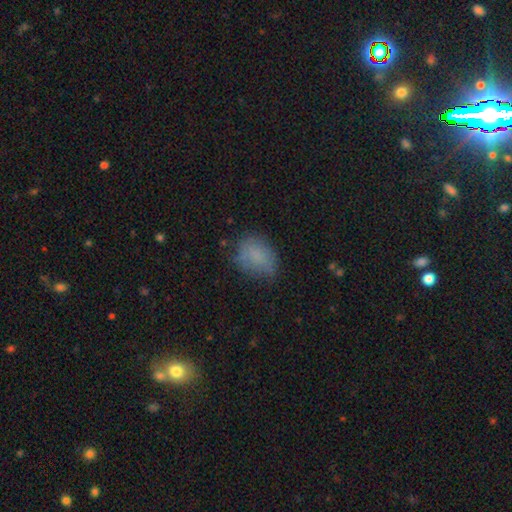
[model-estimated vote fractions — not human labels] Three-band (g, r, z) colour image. It shows a smooth galaxy with no disk features (77%) that is in between round and cigar-shaped (68%). Merging: none (58%).